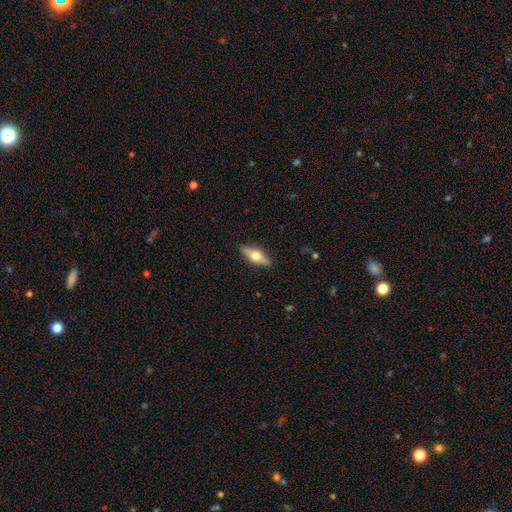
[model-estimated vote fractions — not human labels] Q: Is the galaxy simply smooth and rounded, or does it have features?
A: featured or disk — 52%.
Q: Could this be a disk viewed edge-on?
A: yes — 91%.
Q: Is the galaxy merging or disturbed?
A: none — 88%.